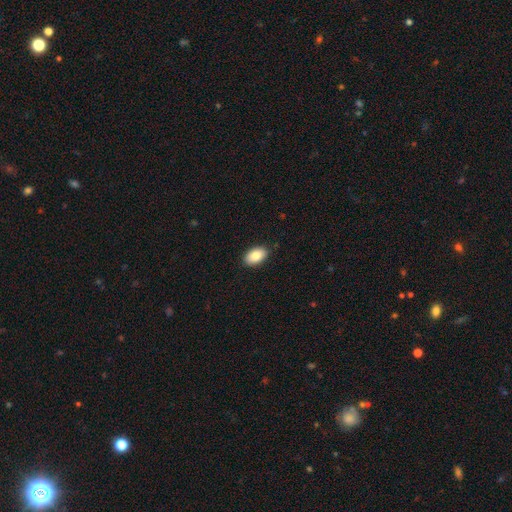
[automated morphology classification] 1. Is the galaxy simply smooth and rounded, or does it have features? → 87% smooth, 7% star or artifact, 7% featured or disk.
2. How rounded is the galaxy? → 93% in between, 6% round, 1% cigar-shaped.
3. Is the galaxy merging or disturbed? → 89% none, 9% minor disturbance, 2% major disturbance, 1% merger.